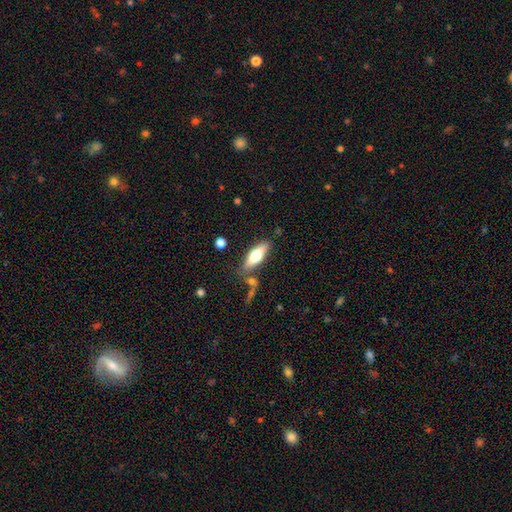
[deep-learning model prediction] smooth_or_featured: smooth (p=0.62) [alt: featured or disk p=0.32]
how_rounded: in between (p=0.57) [alt: cigar-shaped p=0.40]
merging: none (p=0.76) [alt: minor disturbance p=0.14]